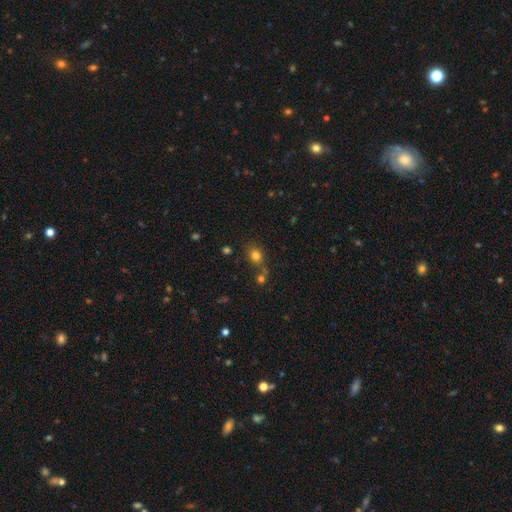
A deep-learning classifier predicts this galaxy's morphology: Smooth or featured: smooth — 78% (star or artifact — 14%)
How rounded: round — 56% (in between — 42%)
Merging: none — 62% (merger — 19%)